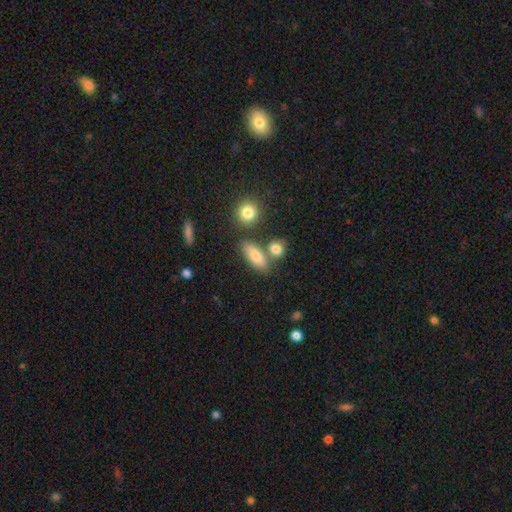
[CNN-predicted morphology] This is likely a smooth galaxy (79%). How rounded: likely in between (75%). Merging: likely none (66%).